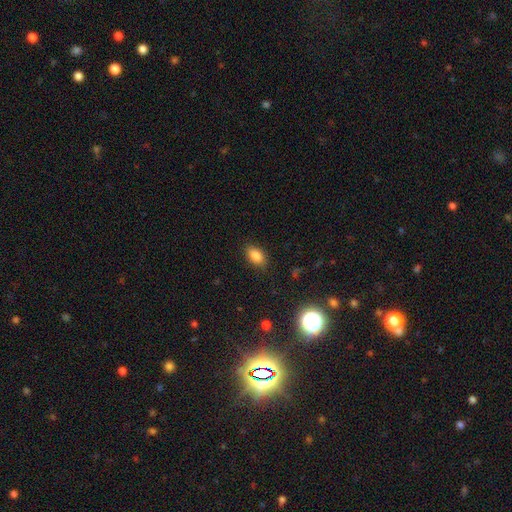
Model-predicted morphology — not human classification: Smooth or featured? smooth (84%)
How rounded? in between (88%)
Merging? none (85%)